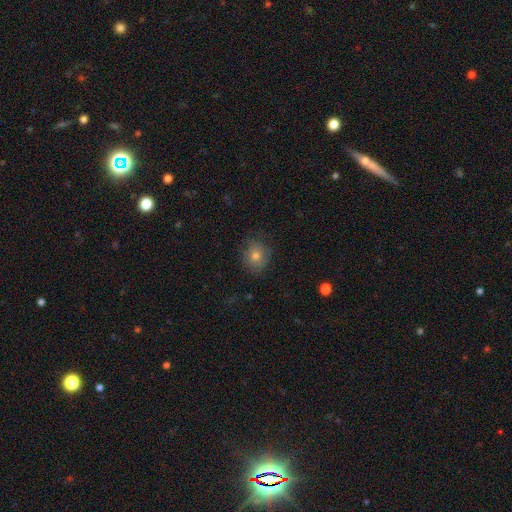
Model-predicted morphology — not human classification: Overall: smooth (62%; featured or disk 26%). How rounded: round (72%). Merging: none (74%).